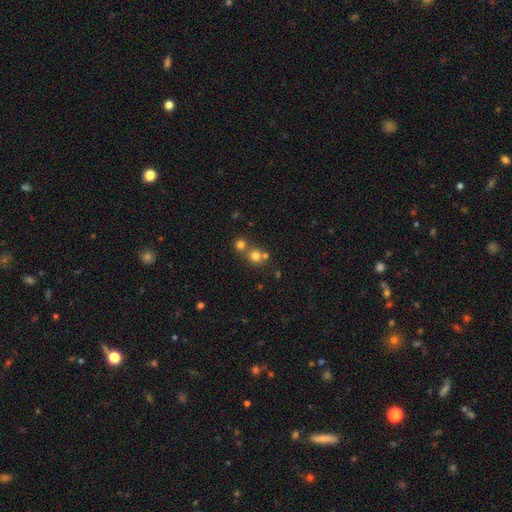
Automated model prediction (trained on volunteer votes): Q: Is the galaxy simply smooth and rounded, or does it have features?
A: smooth — 73%.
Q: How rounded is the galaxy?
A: round — 89%.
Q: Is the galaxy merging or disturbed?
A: none — 54%.